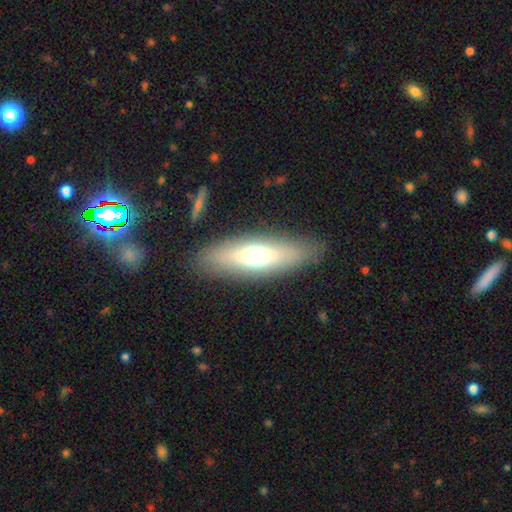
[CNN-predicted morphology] type=smooth (58%); roundness=cigar-shaped (53%); merging=none (85%).